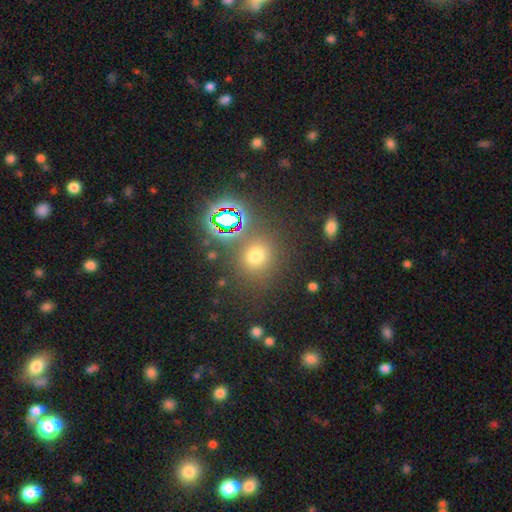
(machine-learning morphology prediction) type=smooth (63%); roundness=round (84%); merging=none (79%).